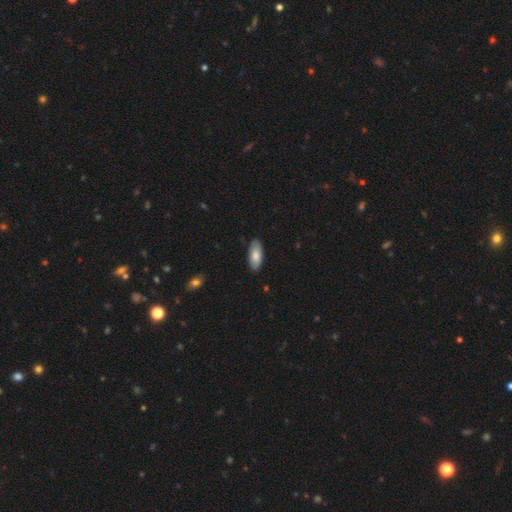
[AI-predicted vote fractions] Smooth or featured? Predicted: smooth (p=0.80). How rounded? Predicted: in between (p=0.85). Merging? Predicted: none (p=0.87).